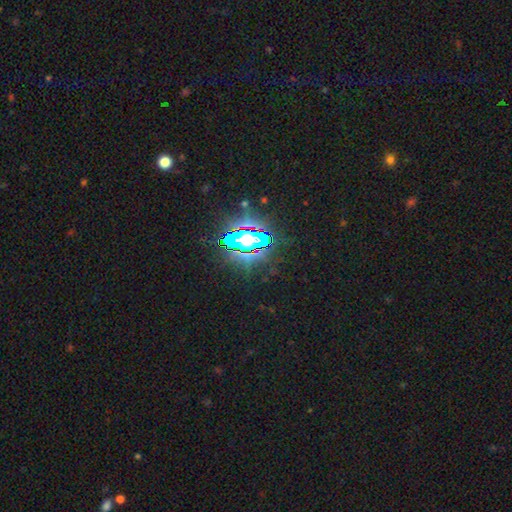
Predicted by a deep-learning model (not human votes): This is clearly a star or artifact rather than a galaxy (82%).